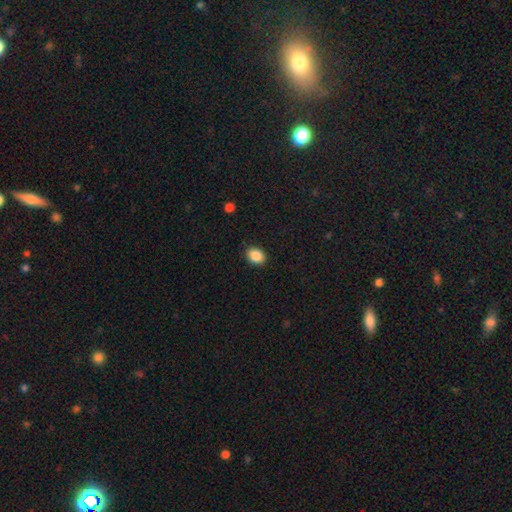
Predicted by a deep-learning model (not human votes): smooth_or_featured: smooth (p=0.88) [alt: star or artifact p=0.08]
how_rounded: in between (p=0.61) [alt: round p=0.38]
merging: none (p=0.89) [alt: minor disturbance p=0.08]